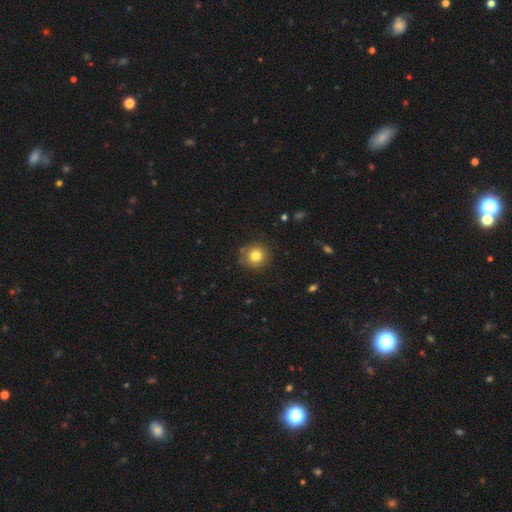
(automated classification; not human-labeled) smooth-or-featured: smooth: 81% | star or artifact: 12% | featured or disk: 8%
  how-rounded: round: 93% | in between: 6% | cigar-shaped: 1%
  merging: none: 85% | minor disturbance: 9% | major disturbance: 3% | merger: 3%